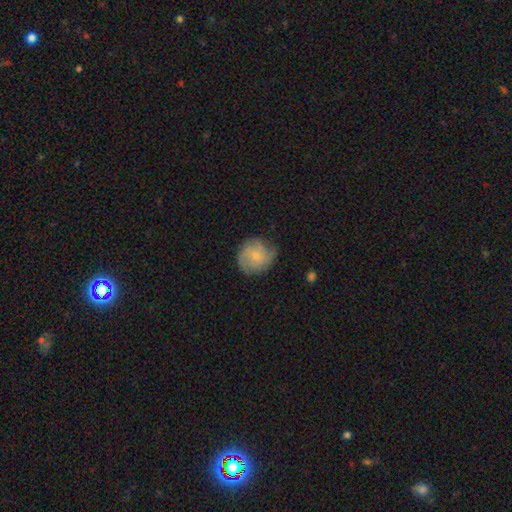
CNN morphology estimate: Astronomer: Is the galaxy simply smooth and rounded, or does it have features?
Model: smooth — 52% (runner-up: featured or disk, 40%).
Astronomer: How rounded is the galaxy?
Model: round — 86%.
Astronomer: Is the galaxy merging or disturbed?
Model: none — 61%.